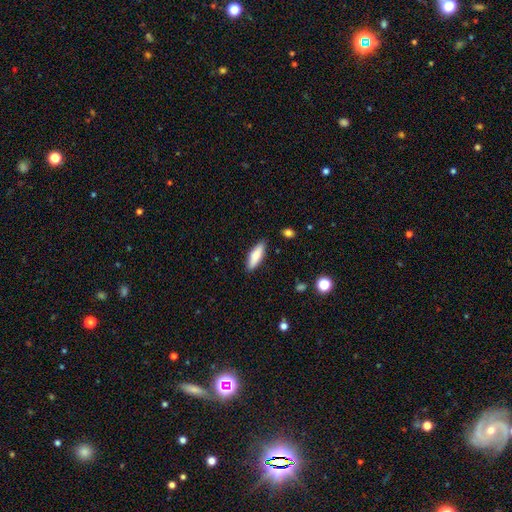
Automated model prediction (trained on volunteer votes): smooth_or_featured: smooth (p=0.79) [alt: featured or disk p=0.15]
how_rounded: in between (p=0.51) [alt: cigar-shaped p=0.48]
merging: none (p=0.87) [alt: minor disturbance p=0.10]